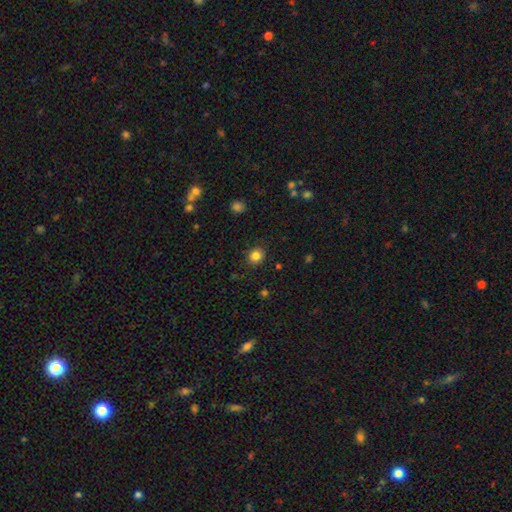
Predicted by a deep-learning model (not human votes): This appears to be a smooth galaxy with no disk features (84%) that is round (79%). Merging: none (88%).